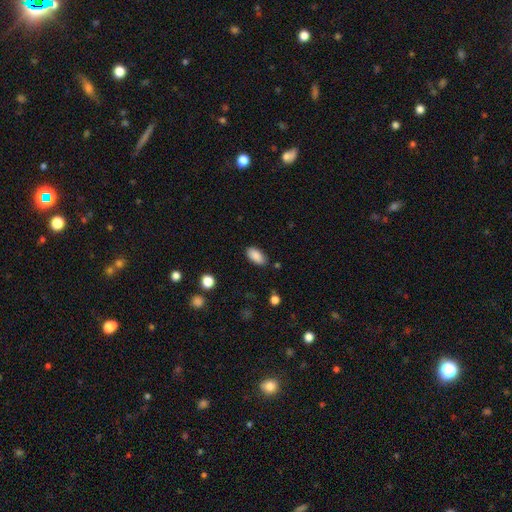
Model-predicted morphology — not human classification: Overall: smooth (88%). How rounded: in between (93%). Merging: none (82%).